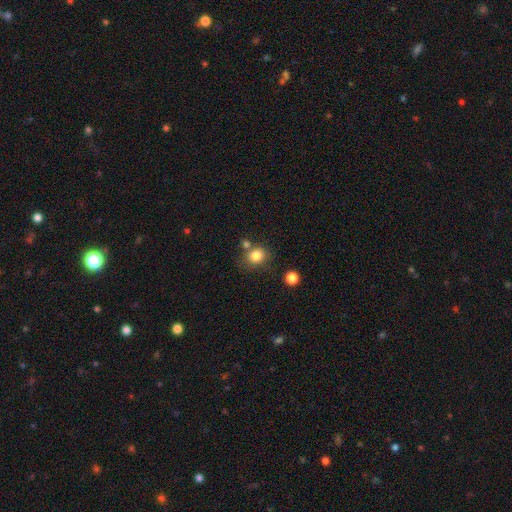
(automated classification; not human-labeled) A smooth galaxy with no disk features (81%) that is round (71%).

Vote fractions:
- Smooth or featured? smooth: 81% / star or artifact: 11% / featured or disk: 7%
- How rounded? round: 71% / in between: 28% / cigar-shaped: 1%
- Merging? none: 65% / merger: 16% / minor disturbance: 14% / major disturbance: 5%